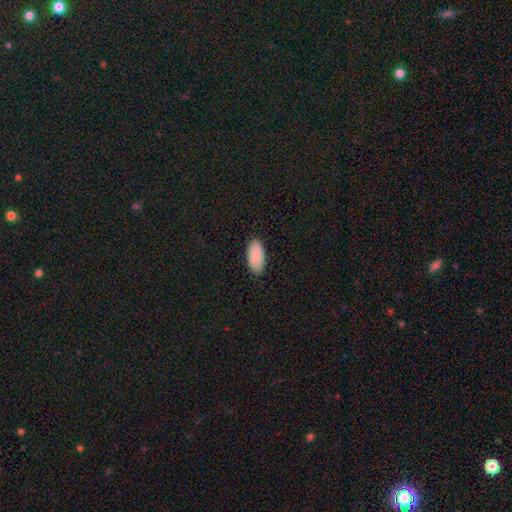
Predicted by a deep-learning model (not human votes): Overall: smooth (90%). How rounded: in between (91%). Merging: none (89%).